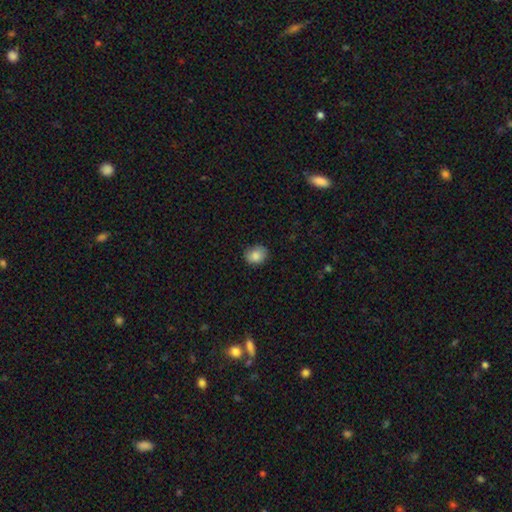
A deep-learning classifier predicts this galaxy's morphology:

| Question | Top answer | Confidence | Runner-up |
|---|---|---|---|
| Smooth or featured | smooth | 85% | star or artifact (9%) |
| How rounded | round | 55% | in between (44%) |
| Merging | none | 79% | minor disturbance (17%) |